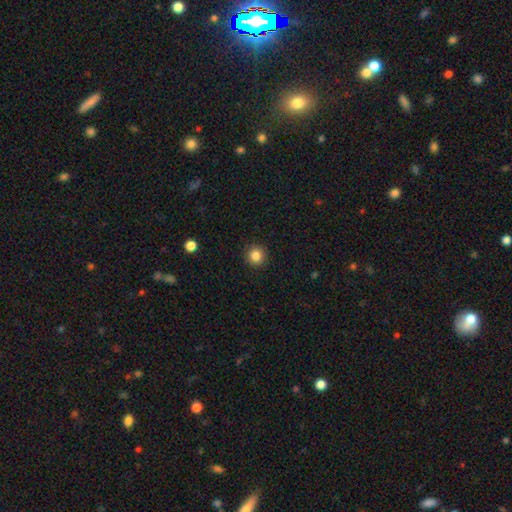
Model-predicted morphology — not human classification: smooth-or-featured: smooth: 85% | star or artifact: 11% | featured or disk: 4%
  how-rounded: round: 94% | in between: 5% | cigar-shaped: 1%
  merging: none: 92% | minor disturbance: 6% | major disturbance: 2% | merger: 1%